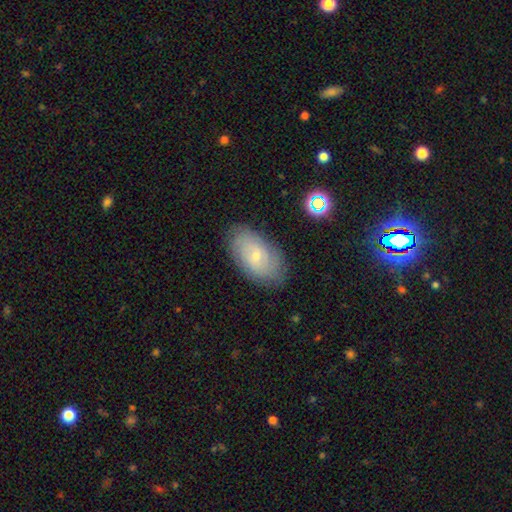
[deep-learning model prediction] Smooth or featured? Predicted: featured or disk (p=0.56). Edge-on disk? Predicted: no (p=0.94). Bar? Predicted: no (p=0.62). Spiral arms? Predicted: yes (p=0.81). Bulge size? Predicted: small (p=0.75). Merging? Predicted: none (p=0.80).